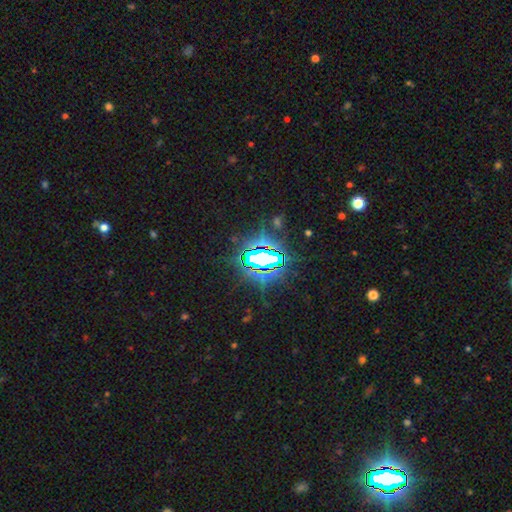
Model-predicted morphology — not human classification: A star or artifact, not a galaxy (81%).